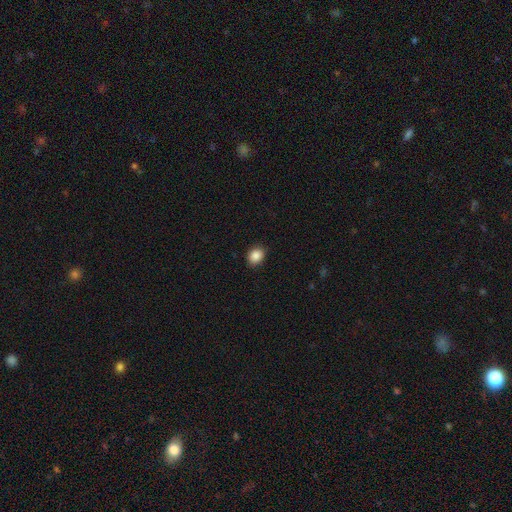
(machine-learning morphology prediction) Smooth or featured: smooth — 87% (star or artifact — 9%)
How rounded: in between — 52% (round — 47%)
Merging: none — 87% (minor disturbance — 10%)